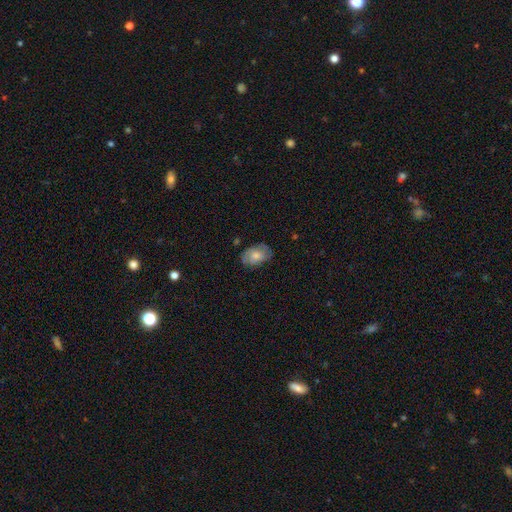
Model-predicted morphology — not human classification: Q: Smooth or featured?
A: smooth (63%); runner-up: featured or disk (30%)
Q: How rounded?
A: in between (85%); runner-up: round (14%)
Q: Merging?
A: none (74%); runner-up: minor disturbance (20%)